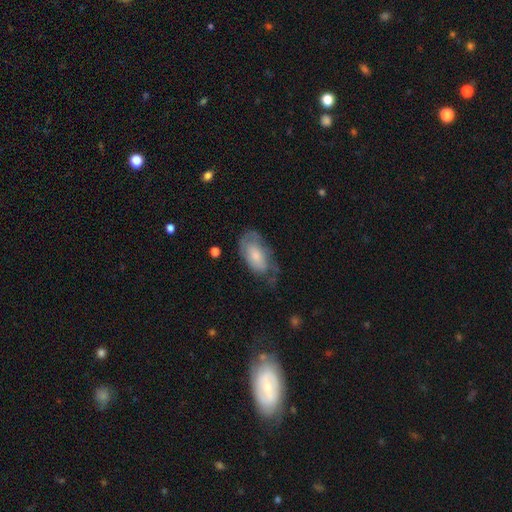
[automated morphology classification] Q: Smooth or featured?
A: smooth (61%); runner-up: featured or disk (33%)
Q: How rounded?
A: in between (93%); runner-up: round (4%)
Q: Merging?
A: none (39%); runner-up: minor disturbance (34%)